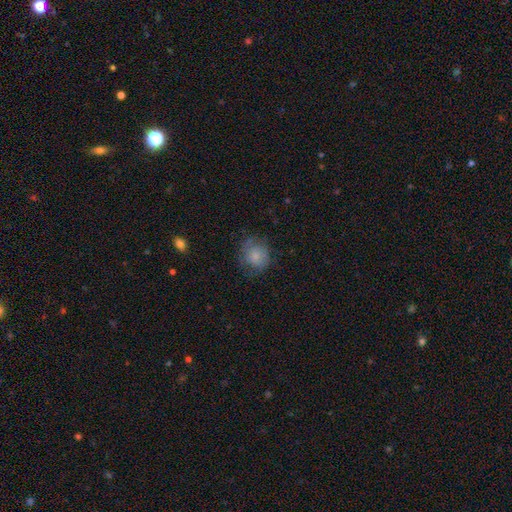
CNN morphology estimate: smooth 73%, featured or disk 19%, star or artifact 8%. Down the decision tree: how rounded — round (80%); merging — none (64%).